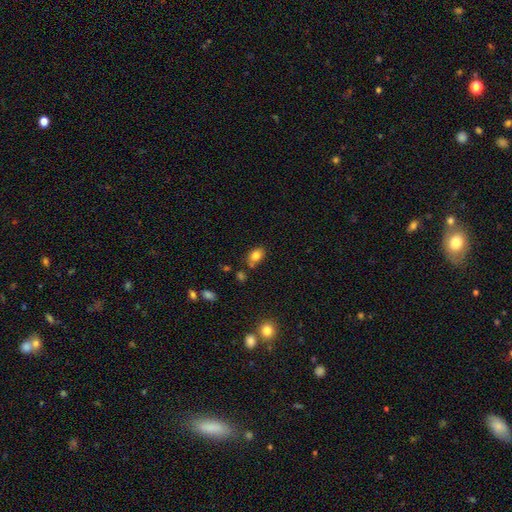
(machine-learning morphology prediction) Q: Smooth or featured?
A: smooth (81%); runner-up: star or artifact (10%)
Q: How rounded?
A: in between (78%); runner-up: round (20%)
Q: Merging?
A: none (67%); runner-up: minor disturbance (18%)